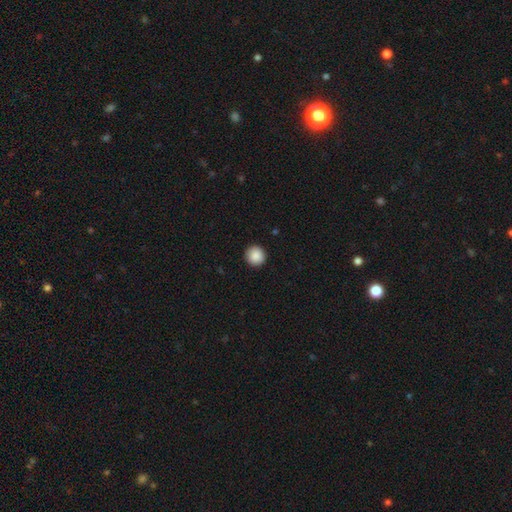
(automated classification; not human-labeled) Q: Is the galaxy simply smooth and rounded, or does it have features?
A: smooth — 89%.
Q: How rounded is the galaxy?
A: round — 95%.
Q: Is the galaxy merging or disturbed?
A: none — 92%.